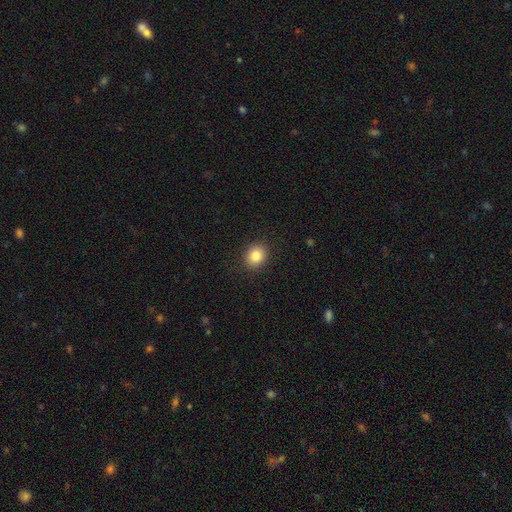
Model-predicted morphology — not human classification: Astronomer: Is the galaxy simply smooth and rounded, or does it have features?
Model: smooth — 84%.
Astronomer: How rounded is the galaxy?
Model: round — 63%.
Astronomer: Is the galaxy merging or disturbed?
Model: none — 89%.